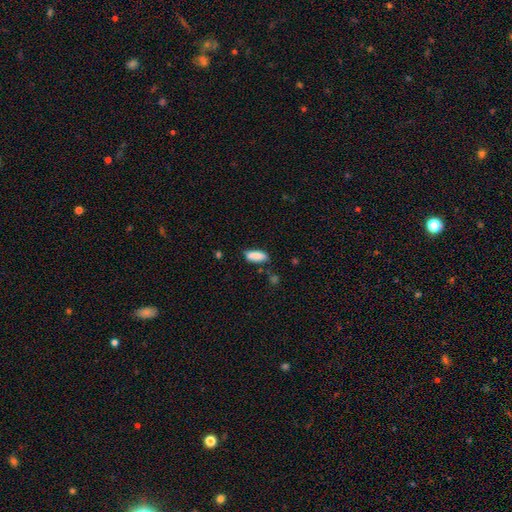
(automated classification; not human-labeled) smooth_or_featured: smooth (p=0.87) [alt: star or artifact p=0.07]
how_rounded: in between (p=0.81) [alt: cigar-shaped p=0.17]
merging: none (p=0.71) [alt: minor disturbance p=0.21]